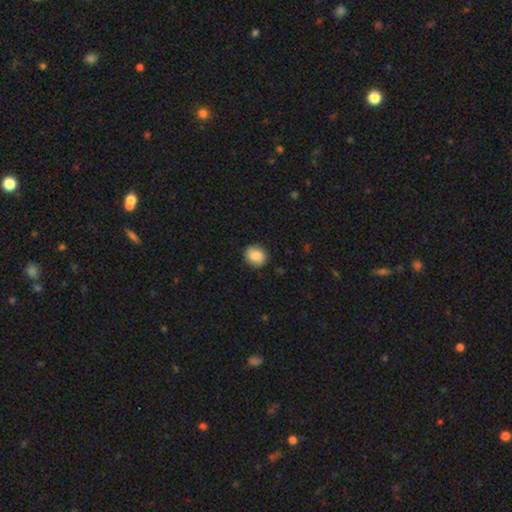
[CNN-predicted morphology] smooth 87%, star or artifact 8%, featured or disk 6%. Down the decision tree: how rounded — round (69%); merging — none (87%).